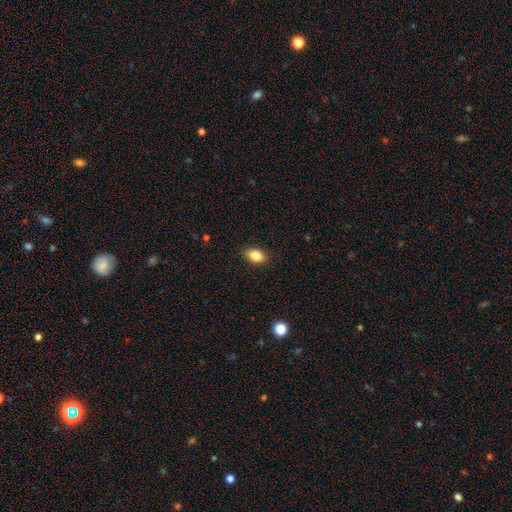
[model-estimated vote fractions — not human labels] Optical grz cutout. It shows a smooth galaxy with no disk features (84%) that is in between round and cigar-shaped (87%). Merging: none (87%).